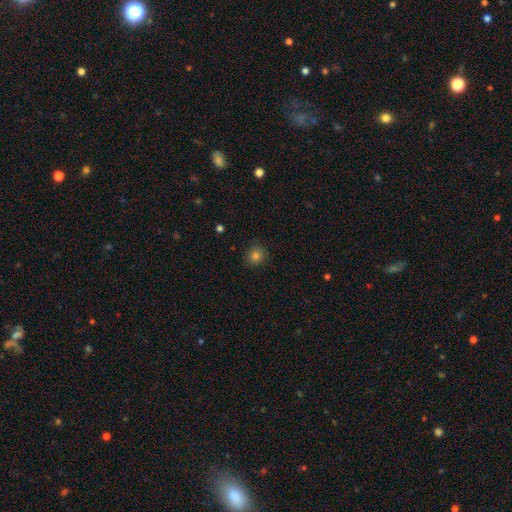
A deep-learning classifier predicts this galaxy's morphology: Q: Smooth or featured?
A: smooth (80%); runner-up: star or artifact (14%)
Q: How rounded?
A: round (79%); runner-up: in between (20%)
Q: Merging?
A: none (85%); runner-up: minor disturbance (11%)